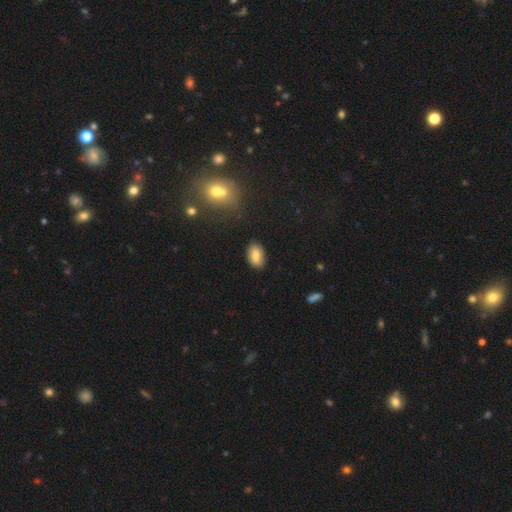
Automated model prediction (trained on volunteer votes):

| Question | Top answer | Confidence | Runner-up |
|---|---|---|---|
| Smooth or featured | smooth | 78% | featured or disk (13%) |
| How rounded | in between | 90% | round (7%) |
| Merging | none | 85% | minor disturbance (11%) |